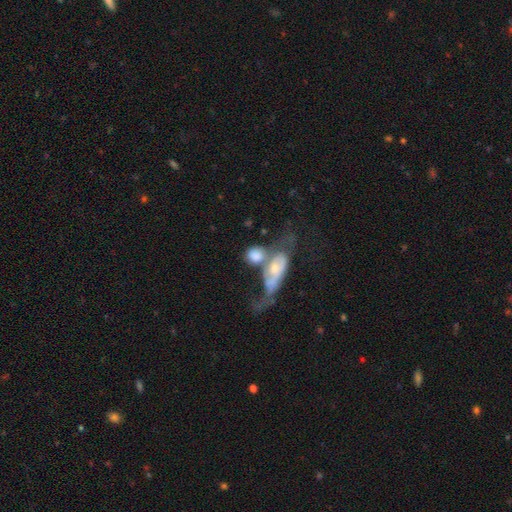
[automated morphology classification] Smooth or featured: smooth — 62% (featured or disk — 31%)
How rounded: round — 47% (in between — 46%)
Merging: merger — 58% (none — 19%)